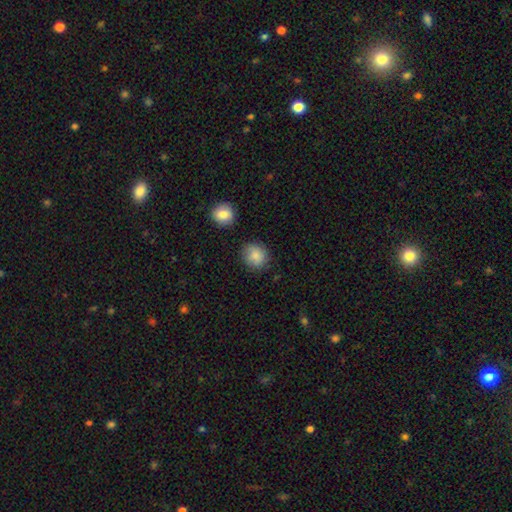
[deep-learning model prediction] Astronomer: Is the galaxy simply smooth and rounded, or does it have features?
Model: smooth — 86%.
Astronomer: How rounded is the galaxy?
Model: round — 82%.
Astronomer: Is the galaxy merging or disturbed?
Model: none — 81%.